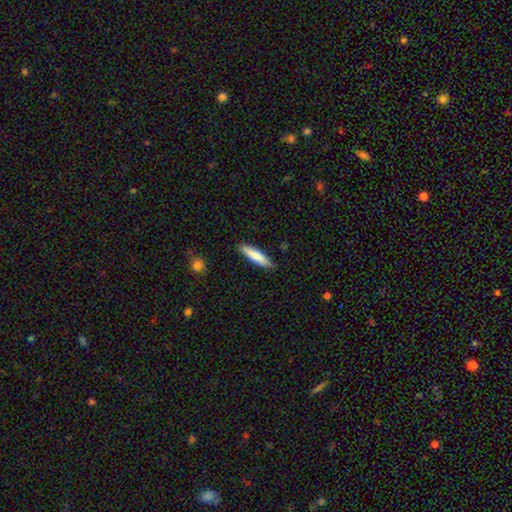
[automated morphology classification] A smooth galaxy with no disk features (80%) that is cigar-shaped (78%).

Vote fractions:
- Smooth or featured? smooth: 80% / featured or disk: 15% / star or artifact: 5%
- How rounded? cigar-shaped: 78% / in between: 21% / round: 1%
- Merging? none: 88% / minor disturbance: 9% / major disturbance: 2% / merger: 1%